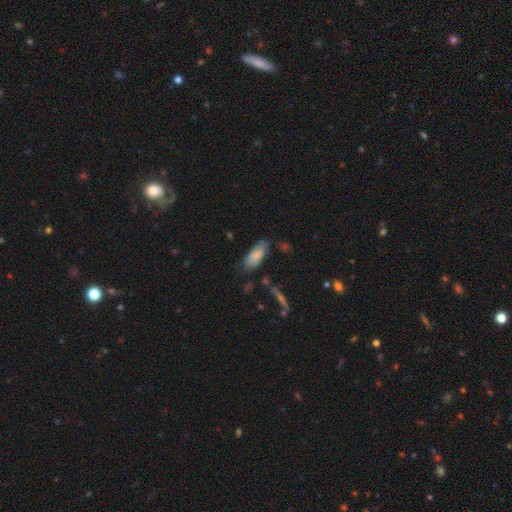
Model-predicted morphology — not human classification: The model was most divided on "merging": none: 66%, minor disturbance: 24%, major disturbance: 6%, merger: 3%. More confident: how rounded — in between (84%); smooth or featured — smooth (83%).